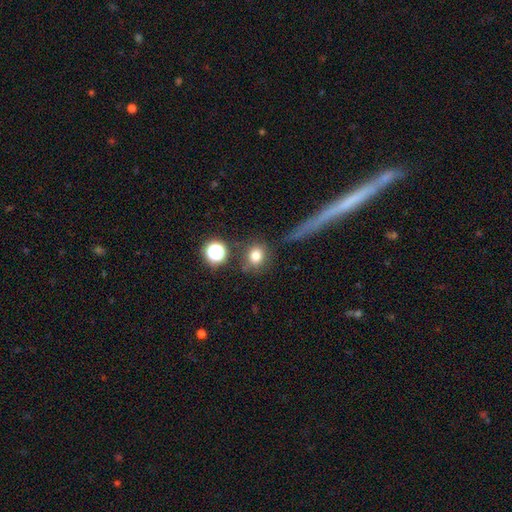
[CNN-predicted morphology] Smooth or featured? smooth (78%)
How rounded? round (72%)
Merging? none (75%)